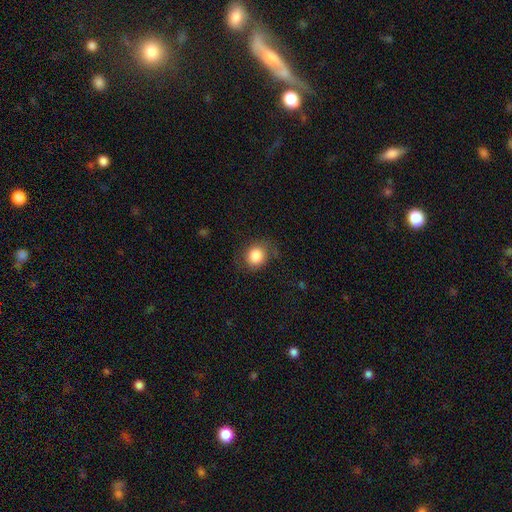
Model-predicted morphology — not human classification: Smooth or featured? smooth (84%)
How rounded? round (69%)
Merging? none (75%)